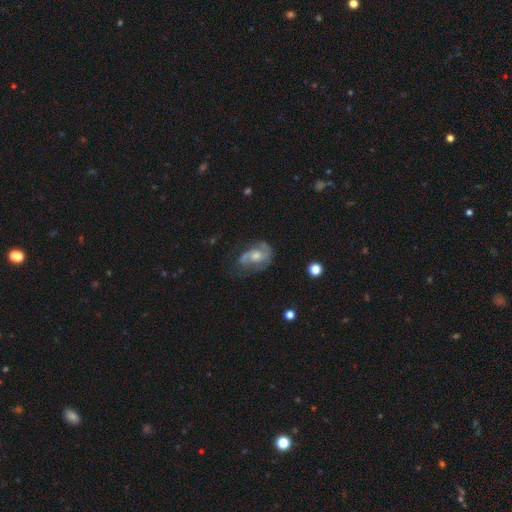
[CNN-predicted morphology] This appears to be a featured or disk galaxy (73%) with no bar (67%), 2 (65%) medium (47%) spiral arms (86%) and a moderate central bulge (53%). Merging: none (46%).